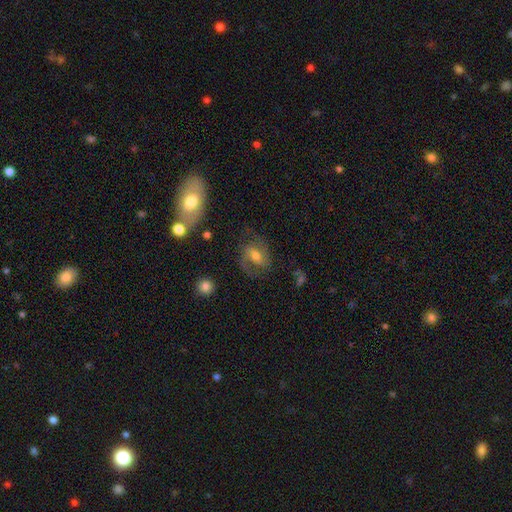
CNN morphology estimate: Q: Smooth or featured?
A: featured or disk (68%); runner-up: smooth (23%)
Q: Edge-on disk?
A: no (96%); runner-up: yes (4%)
Q: Bar?
A: weak (46%); runner-up: no (28%)
Q: Spiral arms?
A: yes (89%); runner-up: no (11%)
Q: Spiral winding?
A: medium (52%); runner-up: loose (28%)
Q: Spiral arm count?
A: 2 (85%); runner-up: can't tell (6%)
Q: Bulge size?
A: moderate (65%); runner-up: small (25%)
Q: Merging?
A: none (68%); runner-up: minor disturbance (18%)